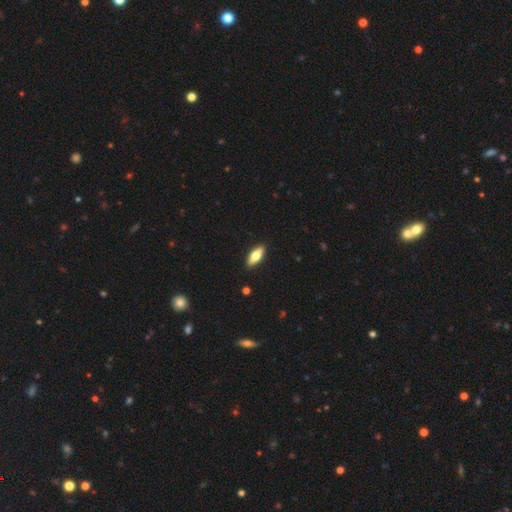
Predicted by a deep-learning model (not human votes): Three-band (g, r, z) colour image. It shows a smooth galaxy with no disk features (65%) that is in between round and cigar-shaped (70%). Merging: none (90%).